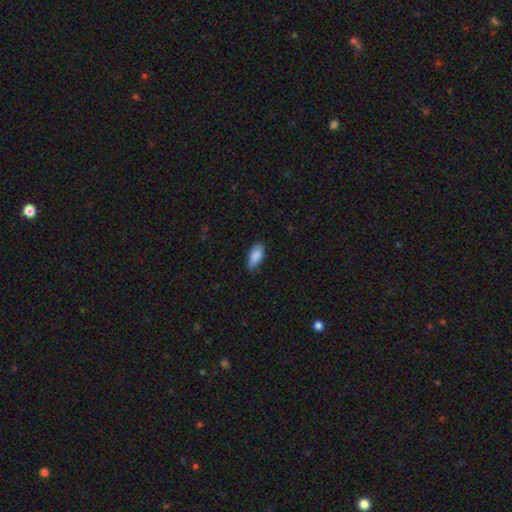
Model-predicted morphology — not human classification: The model was most divided on "merging": none: 73%, minor disturbance: 23%, major disturbance: 3%, merger: 1%. More confident: how rounded — in between (89%); smooth or featured — smooth (88%).